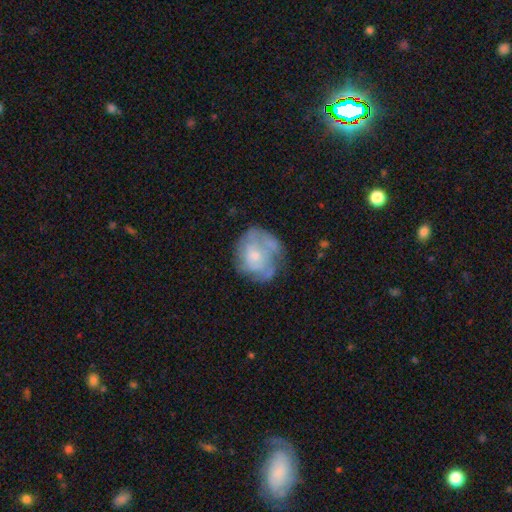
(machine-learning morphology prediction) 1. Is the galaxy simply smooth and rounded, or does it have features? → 56% featured or disk, 36% smooth, 8% star or artifact.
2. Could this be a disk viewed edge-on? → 98% no, 2% yes.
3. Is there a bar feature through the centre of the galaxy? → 83% no, 15% weak, 2% strong.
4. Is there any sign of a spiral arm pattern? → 52% no, 48% yes.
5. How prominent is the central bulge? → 50% small, 37% moderate, 8% none, 4% large, 1% dominant.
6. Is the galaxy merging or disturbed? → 52% none, 26% minor disturbance, 17% major disturbance, 5% merger.